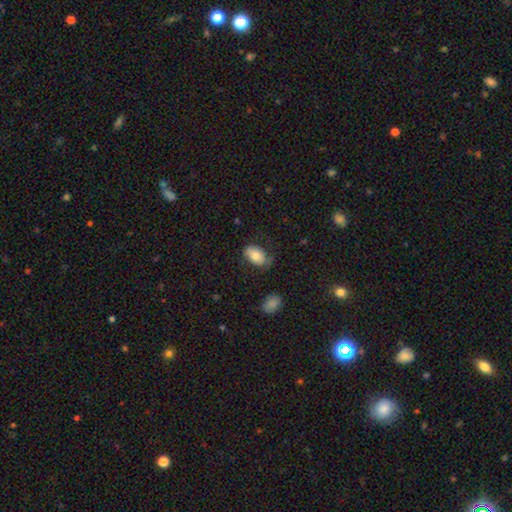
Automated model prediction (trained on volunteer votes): Overall: smooth (72%). How rounded: in between (90%). Merging: none (61%; minor disturbance 26%).